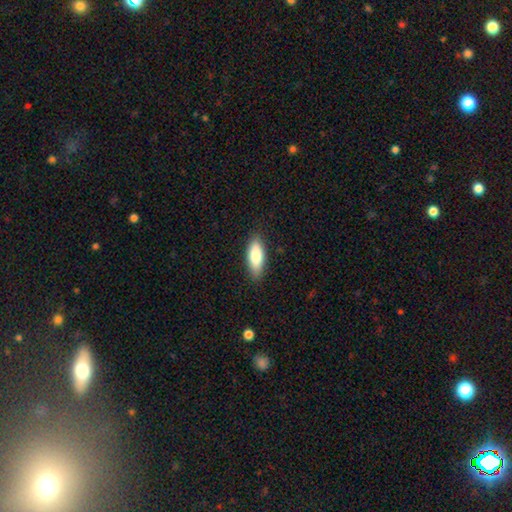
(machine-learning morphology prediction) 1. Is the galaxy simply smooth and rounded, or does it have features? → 83% smooth, 12% featured or disk, 6% star or artifact.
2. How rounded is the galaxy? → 70% in between, 28% cigar-shaped, 2% round.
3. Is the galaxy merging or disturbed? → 86% none, 11% minor disturbance, 2% major disturbance, 1% merger.